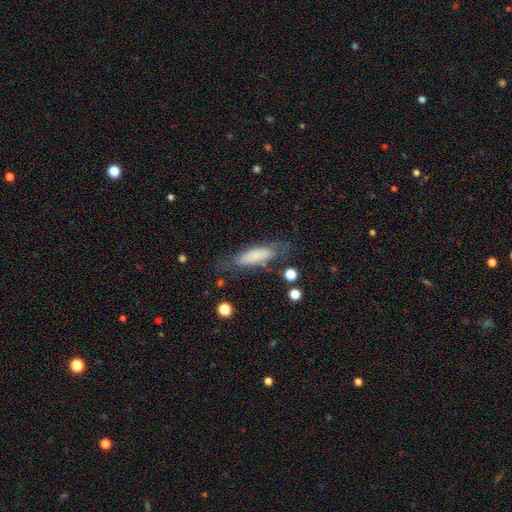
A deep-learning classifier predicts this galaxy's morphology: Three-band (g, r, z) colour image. It shows a smooth galaxy with no disk features (65%) that is cigar-shaped (51%). Merging: none (66%).